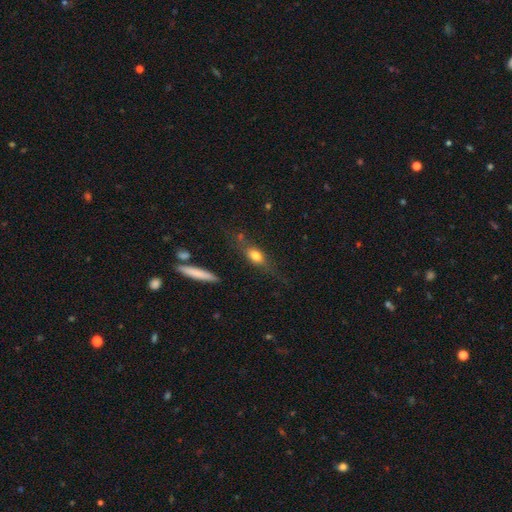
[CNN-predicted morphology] Smooth or featured?
  - smooth: 71% *
  - featured or disk: 20%
  - star or artifact: 9%
How rounded?
  - in between: 62% *
  - cigar-shaped: 27%
  - round: 11%
Merging?
  - none: 63% *
  - minor disturbance: 20%
  - major disturbance: 12%
  - merger: 5%